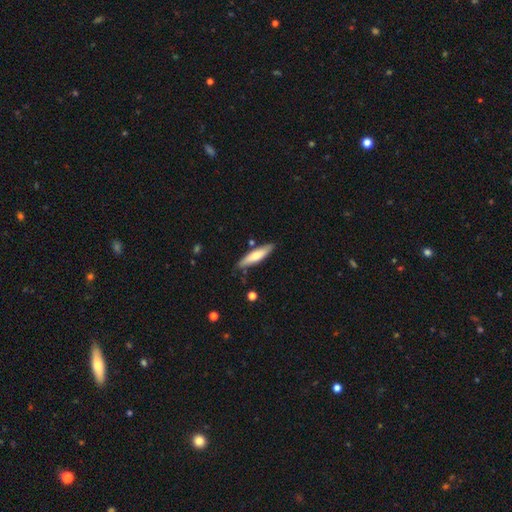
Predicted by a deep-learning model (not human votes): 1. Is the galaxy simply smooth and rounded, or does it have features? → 64% smooth, 30% featured or disk, 6% star or artifact.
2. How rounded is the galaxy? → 76% cigar-shaped, 23% in between, 1% round.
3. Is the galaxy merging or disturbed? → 83% none, 11% minor disturbance, 4% merger, 2% major disturbance.